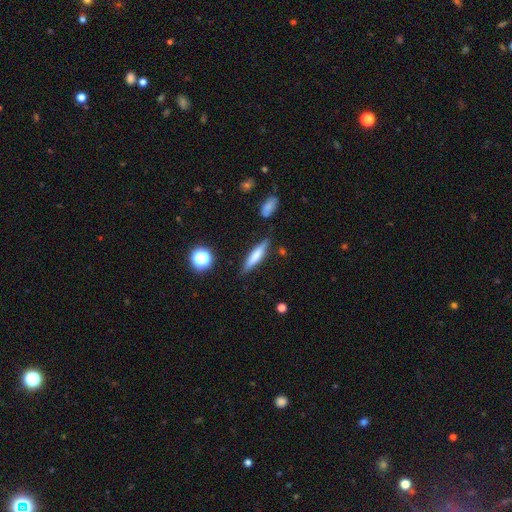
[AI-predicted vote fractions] Smooth or featured? smooth (64%)
How rounded? cigar-shaped (80%)
Merging? none (81%)